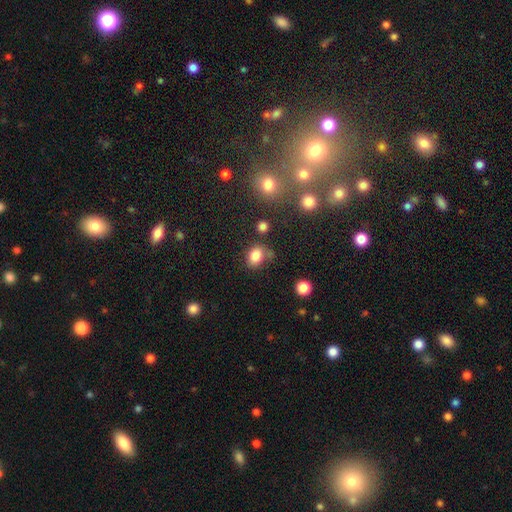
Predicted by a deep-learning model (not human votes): Smooth or featured? smooth (82%)
How rounded? in between (59%)
Merging? none (60%)